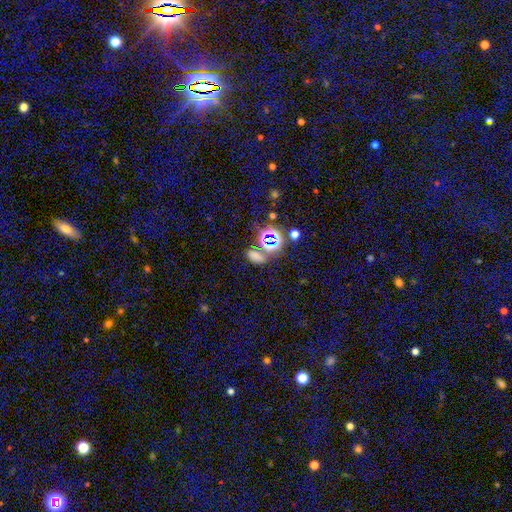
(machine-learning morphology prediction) Smooth or featured? Predicted: smooth (p=0.53). How rounded? Predicted: in between (p=0.77). Merging? Predicted: none (p=0.57).